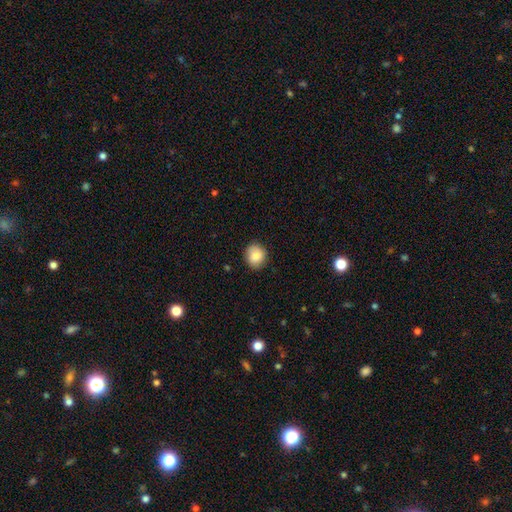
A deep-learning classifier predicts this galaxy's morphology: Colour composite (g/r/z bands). It shows a smooth galaxy with no disk features (87%) that is round (75%). Merging: none (83%).